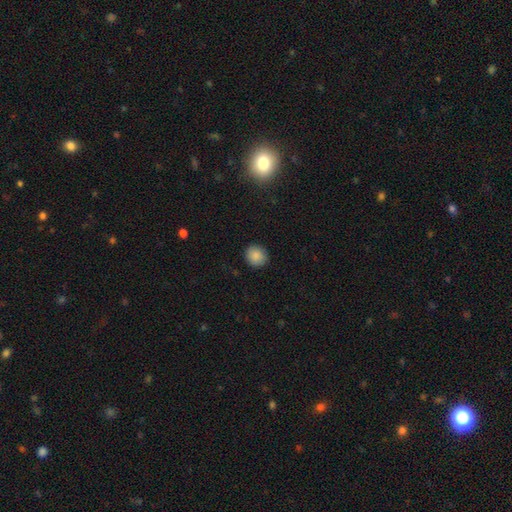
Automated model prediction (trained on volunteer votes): Smooth or featured? smooth (87%)
How rounded? round (86%)
Merging? none (90%)